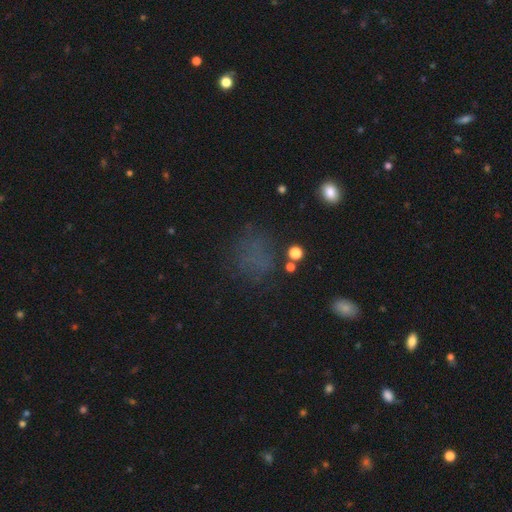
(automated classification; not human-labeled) Smooth or featured?
  - smooth: 53% *
  - star or artifact: 32%
  - featured or disk: 15%
How rounded?
  - round: 68% *
  - in between: 30%
  - cigar-shaped: 2%
Merging?
  - none: 65% *
  - minor disturbance: 17%
  - major disturbance: 14%
  - merger: 4%